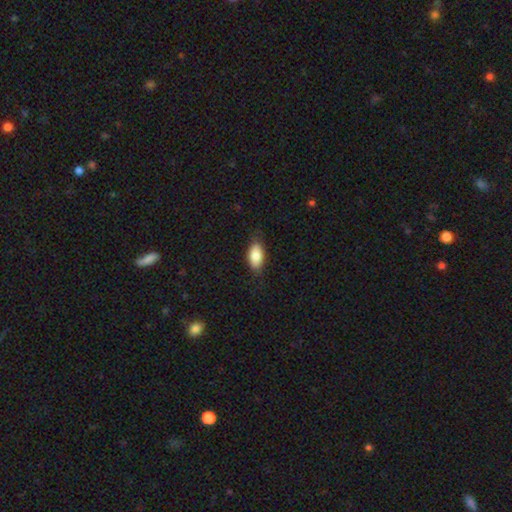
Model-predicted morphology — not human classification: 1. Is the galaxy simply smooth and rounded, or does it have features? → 84% smooth, 10% featured or disk, 6% star or artifact.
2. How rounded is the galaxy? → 90% in between, 7% cigar-shaped, 3% round.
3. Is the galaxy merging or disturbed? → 80% none, 15% minor disturbance, 3% major disturbance, 1% merger.